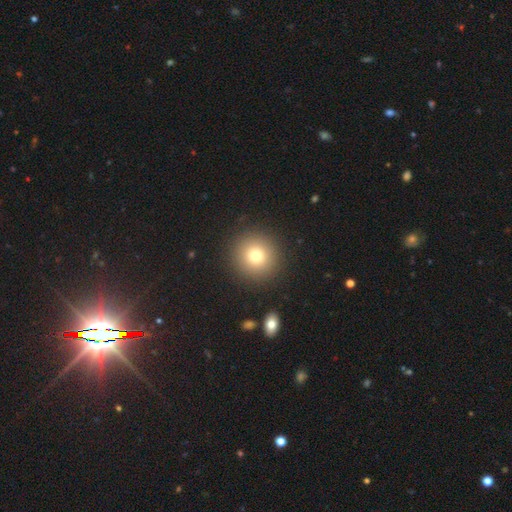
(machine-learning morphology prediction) Smooth or featured? Predicted: smooth (p=0.77). How rounded? Predicted: round (p=0.95). Merging? Predicted: none (p=0.91).